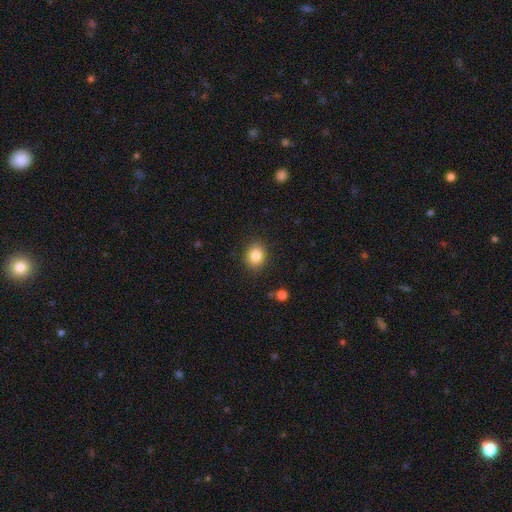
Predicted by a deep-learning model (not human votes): A smooth galaxy with no disk features (84%) that is round (58%). Merging: none (87%).